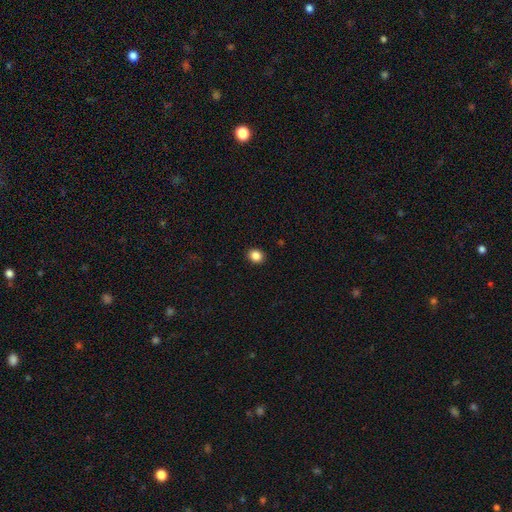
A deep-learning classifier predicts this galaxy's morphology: This is clearly a smooth galaxy (87%). How rounded: likely round (60%). Merging: clearly none (92%).